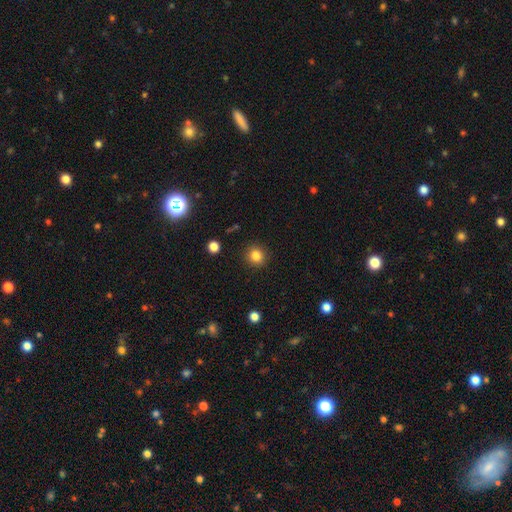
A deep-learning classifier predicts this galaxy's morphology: smooth_or_featured: smooth (p=0.84) [alt: star or artifact p=0.11]
how_rounded: round (p=0.90) [alt: in between p=0.09]
merging: none (p=0.90) [alt: minor disturbance p=0.06]